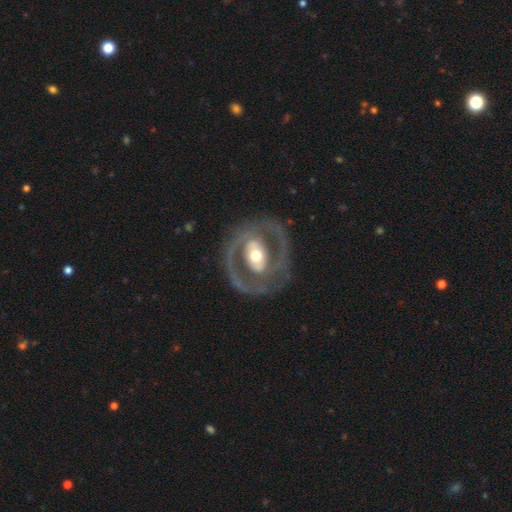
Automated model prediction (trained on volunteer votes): Smooth or featured: featured or disk — 84% (smooth — 12%)
Edge-on disk: no — 96% (yes — 4%)
Bar: strong — 35% (no — 34%)
Spiral arms: yes — 75% (no — 25%)
Spiral winding: medium — 48% (tight — 34%)
Spiral arm count: 2 — 84% (can't tell — 6%)
Bulge size: moderate — 68% (large — 20%)
Merging: none — 77% (minor disturbance — 12%)